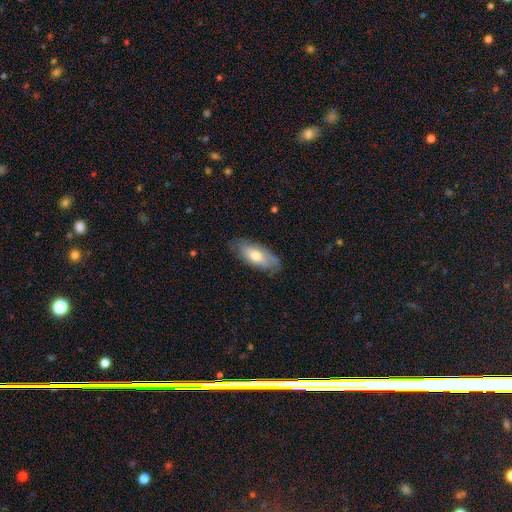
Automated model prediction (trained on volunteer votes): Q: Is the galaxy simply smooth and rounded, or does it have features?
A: smooth — 56%.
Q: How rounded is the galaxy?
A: in between — 81%.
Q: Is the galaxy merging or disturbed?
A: none — 74%.